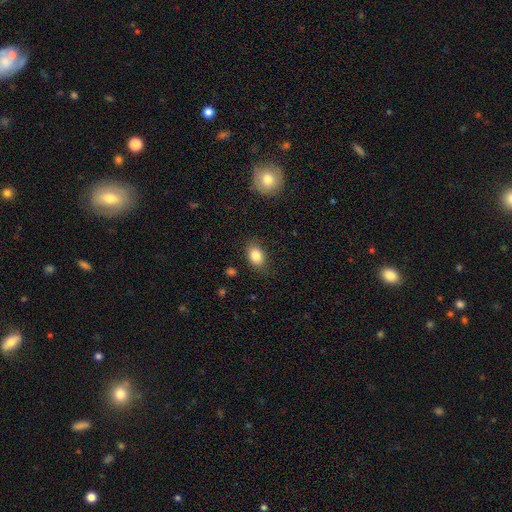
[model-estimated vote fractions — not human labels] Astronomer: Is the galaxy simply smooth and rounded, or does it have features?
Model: smooth — 83%.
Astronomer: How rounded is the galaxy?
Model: in between — 81%.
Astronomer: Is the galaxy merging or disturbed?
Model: none — 81%.